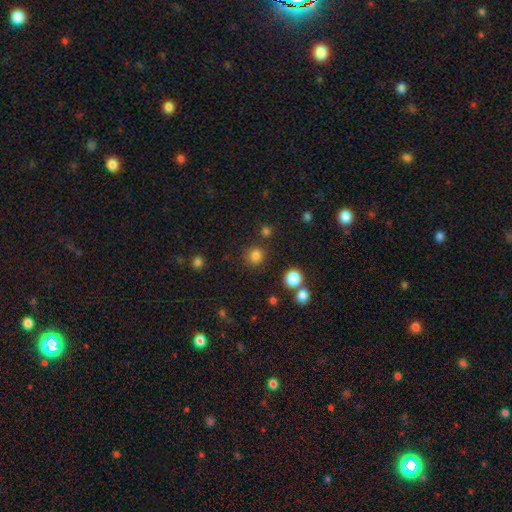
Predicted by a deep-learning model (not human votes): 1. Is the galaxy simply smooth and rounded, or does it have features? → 81% smooth, 15% star or artifact, 4% featured or disk.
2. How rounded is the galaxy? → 92% round, 7% in between, 1% cigar-shaped.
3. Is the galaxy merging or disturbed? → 86% none, 7% minor disturbance, 4% merger, 3% major disturbance.